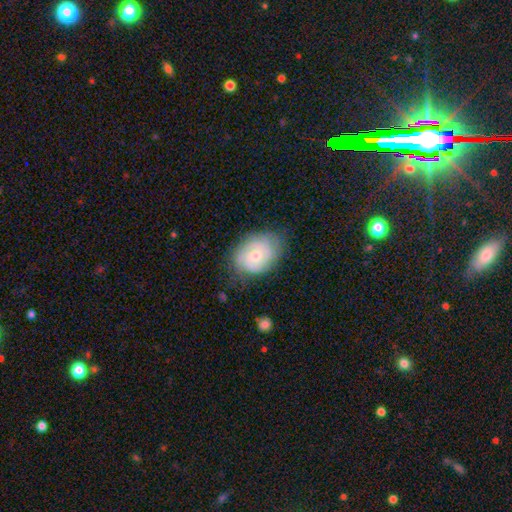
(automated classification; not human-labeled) Morphology: type=featured or disk (60%); edge-on=no (97%); bar=no (76%); spiral arms=yes (85%); bulge=small (57%); merging=none (67%).